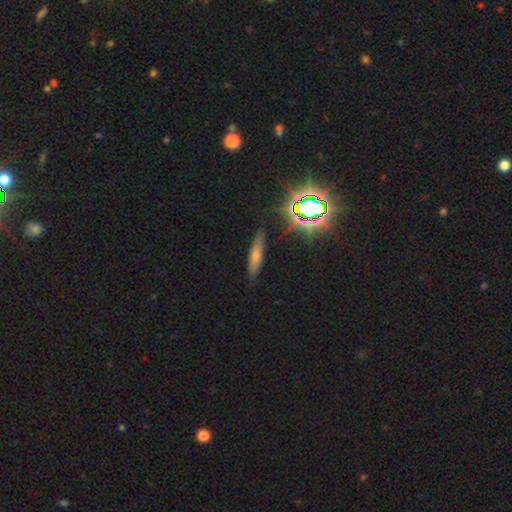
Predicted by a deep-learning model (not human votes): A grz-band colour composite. It shows a smooth galaxy with no disk features (46%). Merging: none (85%).